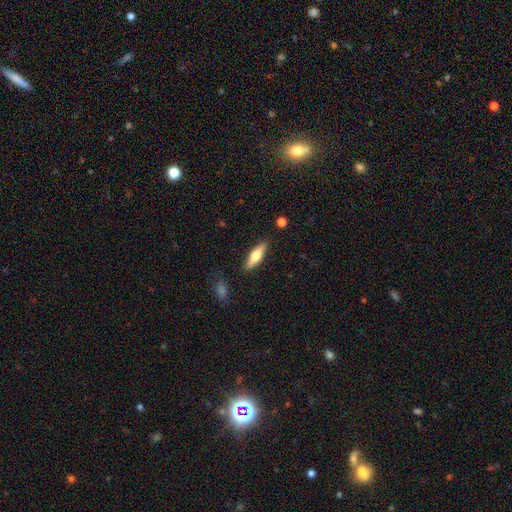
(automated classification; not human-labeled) A smooth galaxy with no disk features (58%) that is cigar-shaped (55%).

Vote fractions:
- Smooth or featured? smooth: 58% / featured or disk: 36% / star or artifact: 6%
- How rounded? cigar-shaped: 55% / in between: 43% / round: 2%
- Merging? none: 87% / minor disturbance: 9% / major disturbance: 2% / merger: 2%